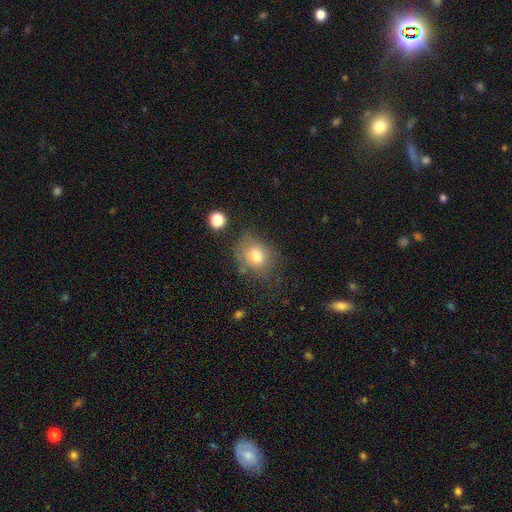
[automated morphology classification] This appears to be a smooth galaxy with no disk features (76%) that is round (50%). Merging: none (60%).